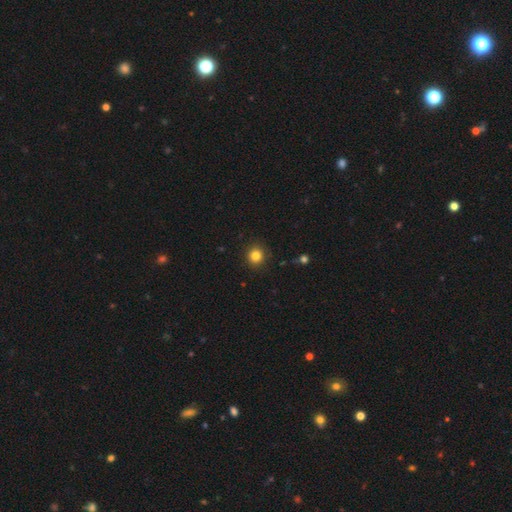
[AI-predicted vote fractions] Overall: smooth (83%). How rounded: round (93%). Merging: none (90%).